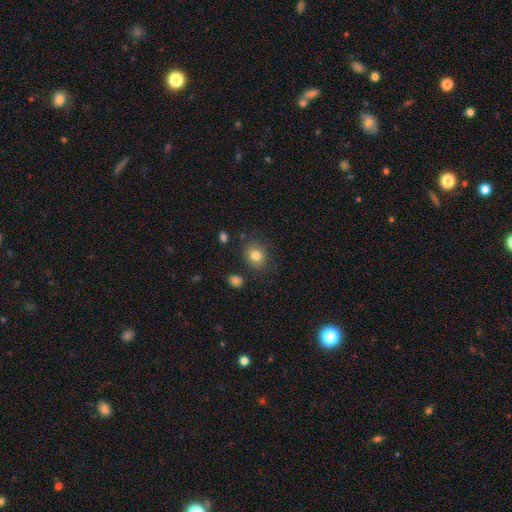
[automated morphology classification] type=smooth (81%); roundness=round (64%); merging=none (80%).